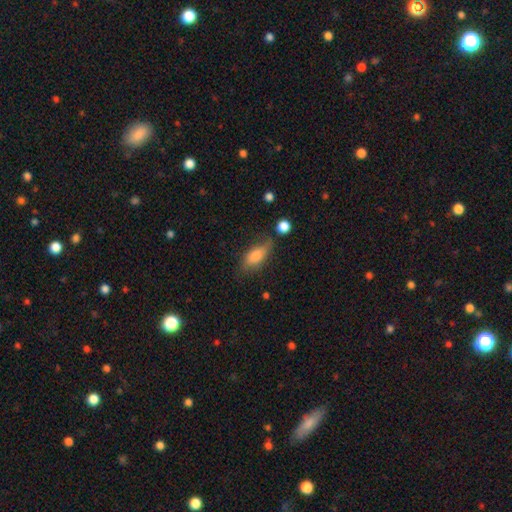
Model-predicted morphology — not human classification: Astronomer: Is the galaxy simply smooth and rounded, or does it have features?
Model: smooth — 74%.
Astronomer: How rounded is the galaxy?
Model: in between — 80%.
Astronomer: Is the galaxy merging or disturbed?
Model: none — 60%.